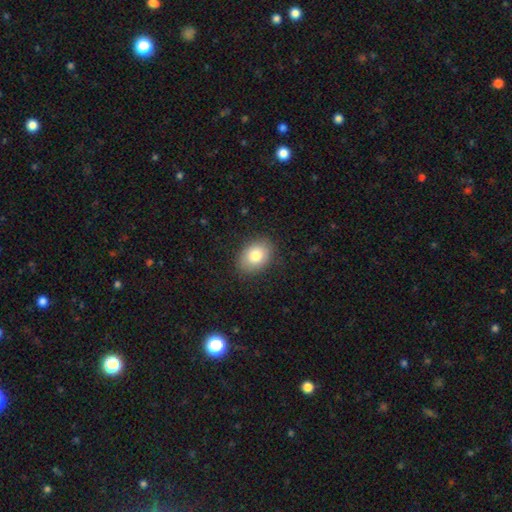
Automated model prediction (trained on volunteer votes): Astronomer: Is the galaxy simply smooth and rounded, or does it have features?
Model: smooth — 81%.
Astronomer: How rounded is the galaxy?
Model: in between — 70%.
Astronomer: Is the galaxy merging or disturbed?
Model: none — 86%.